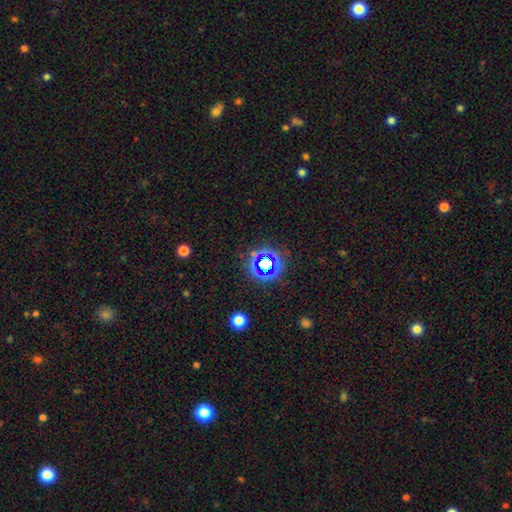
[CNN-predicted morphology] This is likely a star or artifact rather than a galaxy (74%).